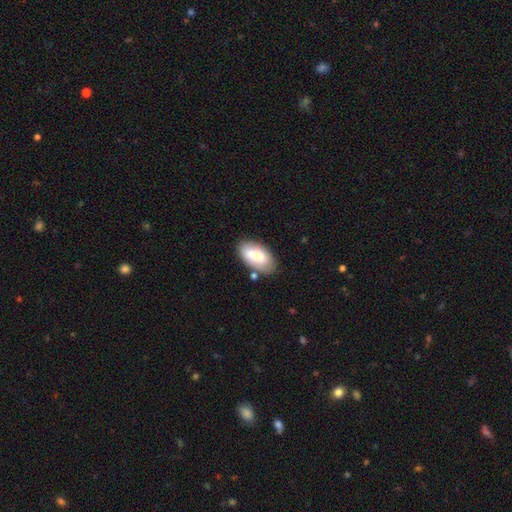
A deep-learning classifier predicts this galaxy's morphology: Smooth or featured?
  - smooth: 75% *
  - featured or disk: 19%
  - star or artifact: 7%
How rounded?
  - in between: 95% *
  - round: 3%
  - cigar-shaped: 3%
Merging?
  - none: 66% *
  - minor disturbance: 20%
  - merger: 9%
  - major disturbance: 6%